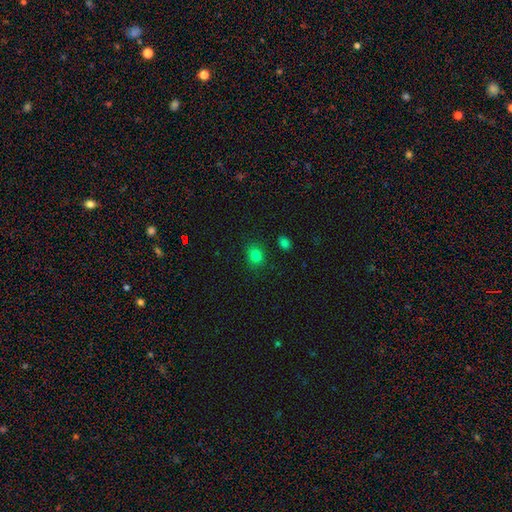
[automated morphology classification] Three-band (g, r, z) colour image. It shows a smooth galaxy with no disk features (80%) that is round (57%). Merging: none (84%).